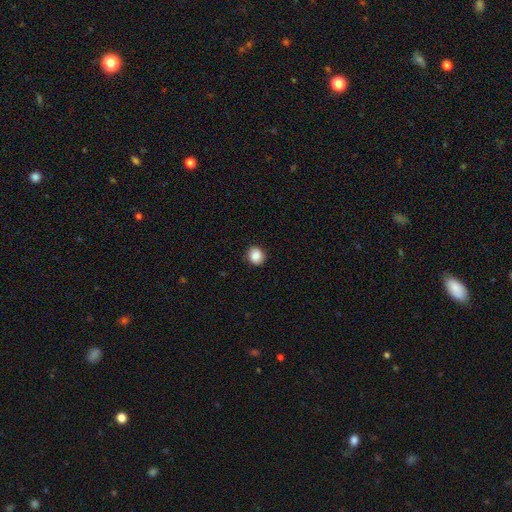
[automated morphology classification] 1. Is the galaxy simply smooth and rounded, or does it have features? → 87% smooth, 9% star or artifact, 4% featured or disk.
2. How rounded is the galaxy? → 76% round, 23% in between, 1% cigar-shaped.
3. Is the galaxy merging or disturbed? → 89% none, 8% minor disturbance, 2% major disturbance, 1% merger.